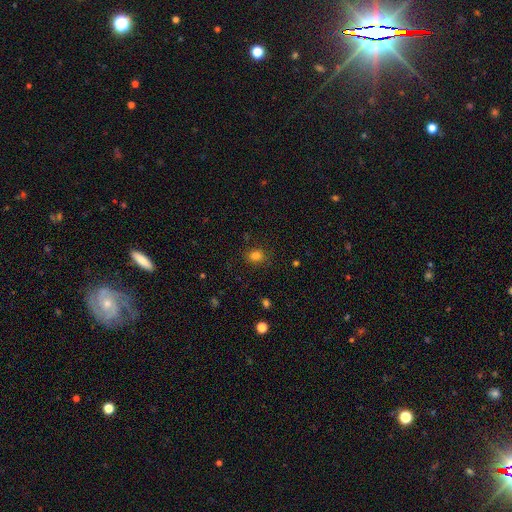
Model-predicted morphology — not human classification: Smooth or featured? smooth (81%)
How rounded? round (55%)
Merging? none (85%)